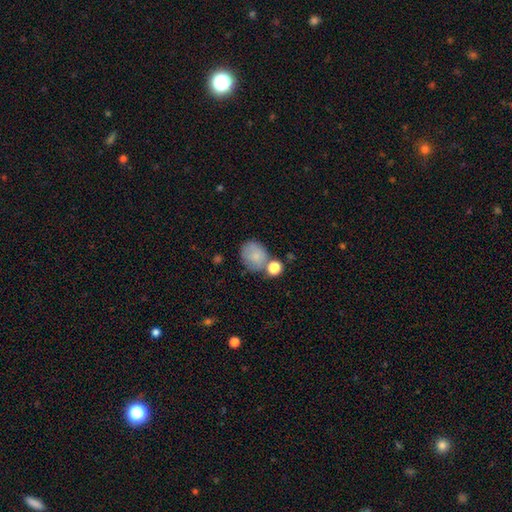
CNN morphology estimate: Smooth or featured: smooth — 78% (featured or disk — 13%)
How rounded: round — 58% (in between — 41%)
Merging: none — 51% (merger — 21%)